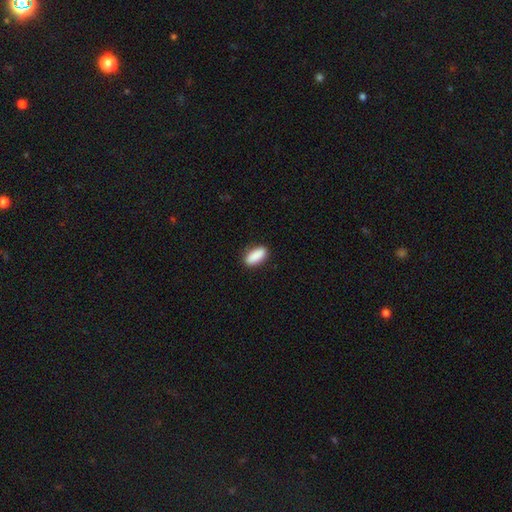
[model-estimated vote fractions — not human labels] Smooth or featured?
  - smooth: 90% *
  - star or artifact: 7%
  - featured or disk: 4%
How rounded?
  - in between: 83% *
  - cigar-shaped: 15%
  - round: 2%
Merging?
  - none: 87% *
  - minor disturbance: 10%
  - major disturbance: 2%
  - merger: 1%